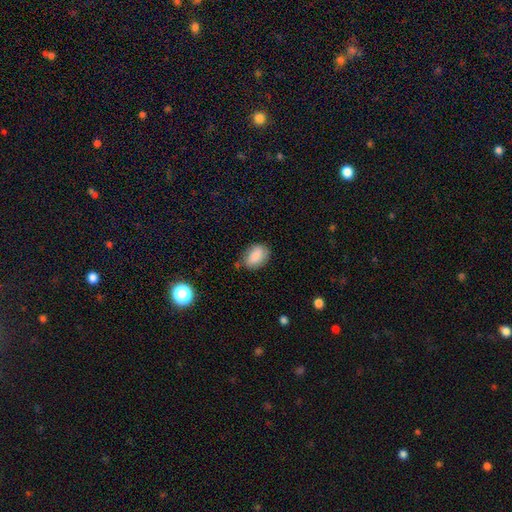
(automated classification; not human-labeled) Smooth or featured? Predicted: smooth (p=0.85). How rounded? Predicted: in between (p=0.84). Merging? Predicted: none (p=0.69).